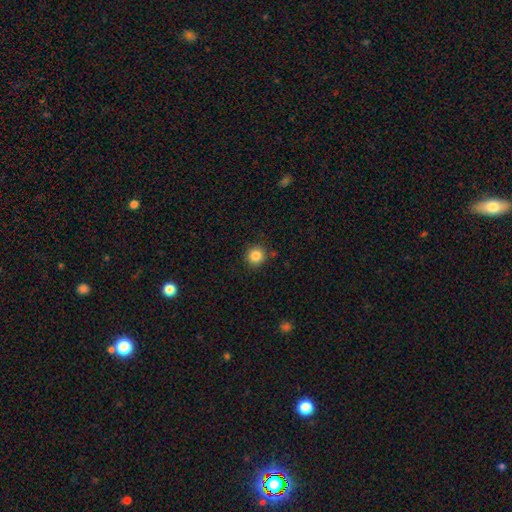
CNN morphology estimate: A smooth galaxy with no disk features (85%) that is round (93%).

Vote fractions:
- Smooth or featured? smooth: 85% / star or artifact: 10% / featured or disk: 5%
- How rounded? round: 93% / in between: 6% / cigar-shaped: 1%
- Merging? none: 87% / minor disturbance: 8% / merger: 3% / major disturbance: 2%